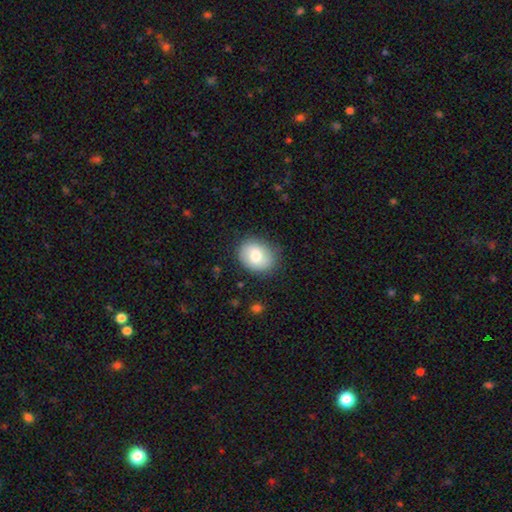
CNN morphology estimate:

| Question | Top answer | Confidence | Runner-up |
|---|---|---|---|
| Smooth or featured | smooth | 76% | featured or disk (16%) |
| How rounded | in between | 51% | round (48%) |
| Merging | none | 82% | minor disturbance (14%) |